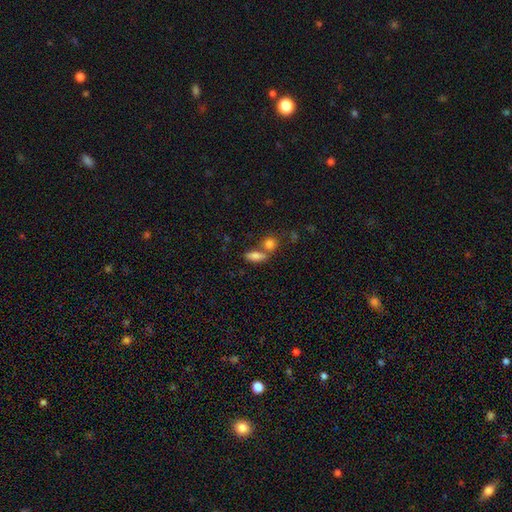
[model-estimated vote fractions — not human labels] smooth_or_featured: smooth (p=0.79) [alt: featured or disk p=0.12]
how_rounded: in between (p=0.71) [alt: cigar-shaped p=0.19]
merging: none (p=0.49) [alt: merger p=0.36]